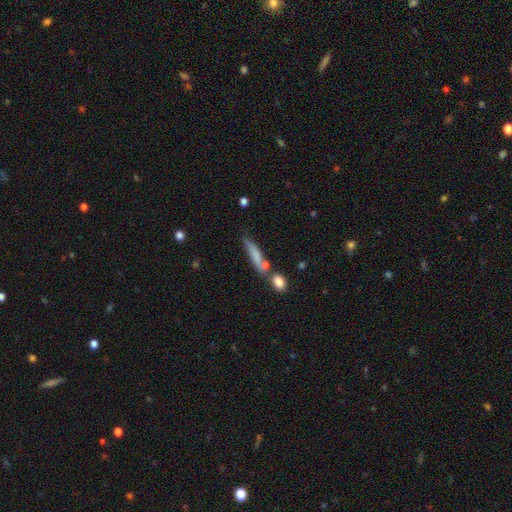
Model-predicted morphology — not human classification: A smooth galaxy with no disk features (72%) that is cigar-shaped (77%). Merging: none (53%).